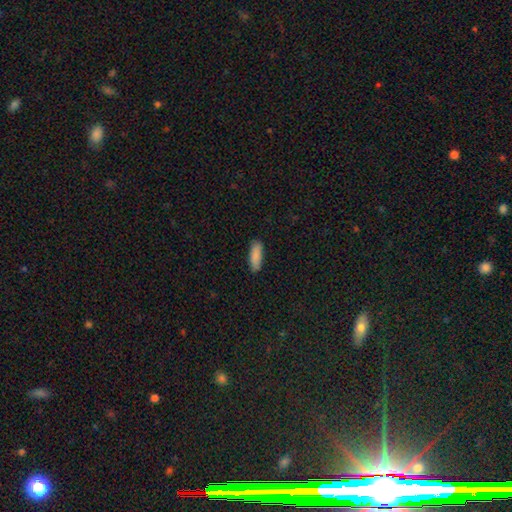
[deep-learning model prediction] Q: Smooth or featured?
A: smooth (89%); runner-up: star or artifact (6%)
Q: How rounded?
A: in between (57%); runner-up: cigar-shaped (42%)
Q: Merging?
A: none (85%); runner-up: minor disturbance (12%)